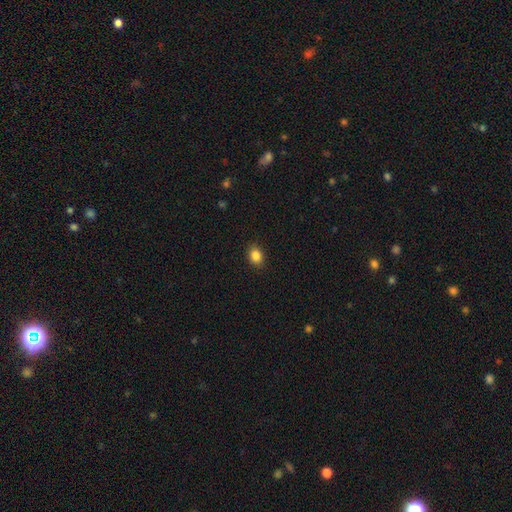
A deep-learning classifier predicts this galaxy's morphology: A smooth galaxy with no disk features (86%) that is in between round and cigar-shaped (57%). Merging: none (88%).